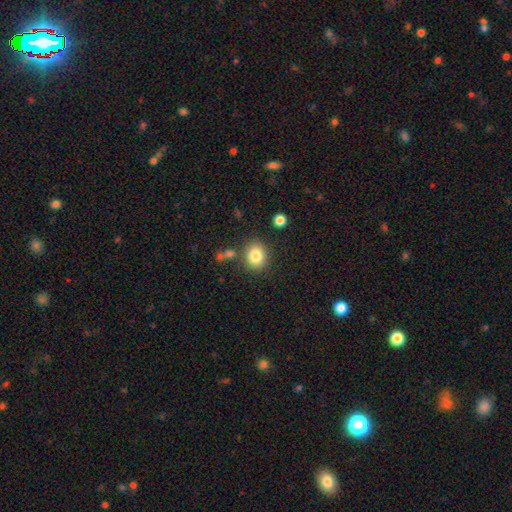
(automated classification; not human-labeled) Smooth or featured: smooth — 83% (star or artifact — 10%)
How rounded: round — 74% (in between — 25%)
Merging: none — 81% (minor disturbance — 10%)